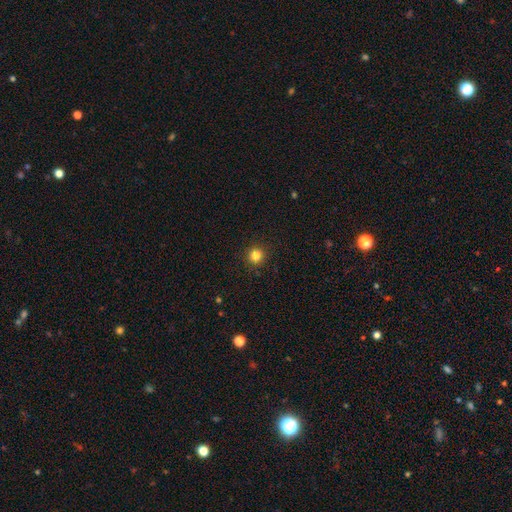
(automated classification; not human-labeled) Smooth or featured: smooth — 83% (star or artifact — 13%)
How rounded: round — 95% (in between — 4%)
Merging: none — 92% (minor disturbance — 5%)